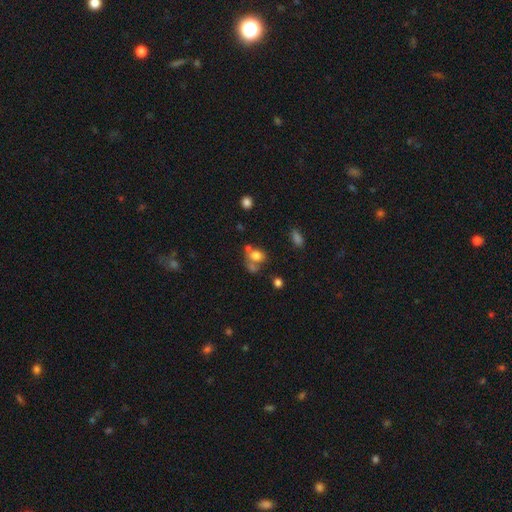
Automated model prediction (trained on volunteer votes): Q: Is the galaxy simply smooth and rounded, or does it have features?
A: smooth — 73%.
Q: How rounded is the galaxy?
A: round — 50%.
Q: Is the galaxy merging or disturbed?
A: merger — 37%.